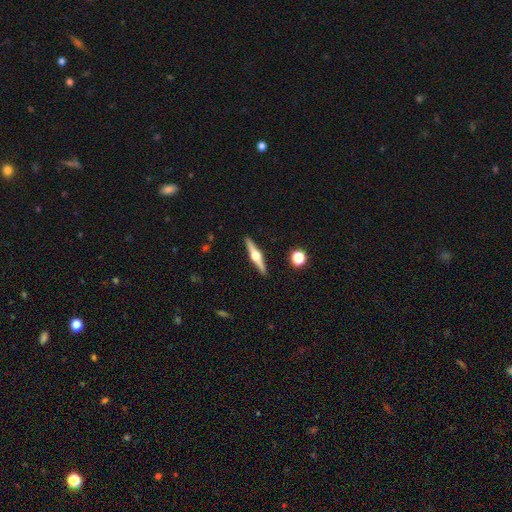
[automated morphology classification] This appears to be a featured or disk galaxy (75%) viewed edge-on (98%) with a rounded central bulge (96%). Merging: none (91%).